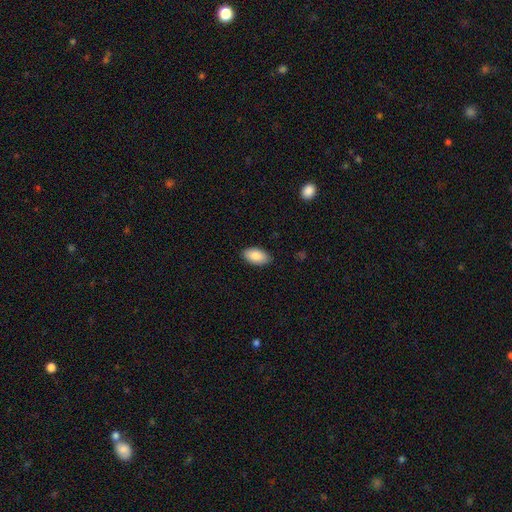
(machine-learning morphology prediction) smooth-or-featured: smooth: 88% | star or artifact: 6% | featured or disk: 6%
  how-rounded: in between: 95% | round: 3% | cigar-shaped: 2%
  merging: none: 89% | minor disturbance: 8% | major disturbance: 2% | merger: 1%